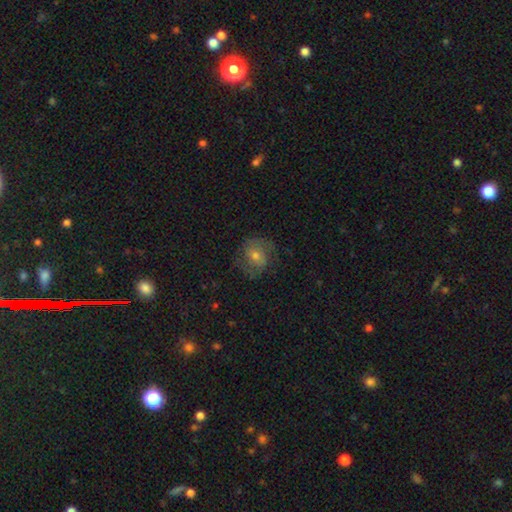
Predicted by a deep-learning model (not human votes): Smooth or featured? featured or disk (51%)
Edge-on disk? no (96%)
Merging? none (72%)